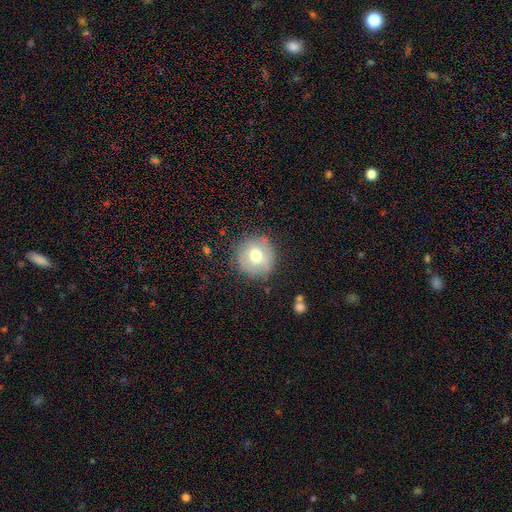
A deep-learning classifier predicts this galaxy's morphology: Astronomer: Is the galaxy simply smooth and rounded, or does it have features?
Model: smooth — 65%.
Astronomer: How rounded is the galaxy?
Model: round — 94%.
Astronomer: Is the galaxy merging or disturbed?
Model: none — 82%.